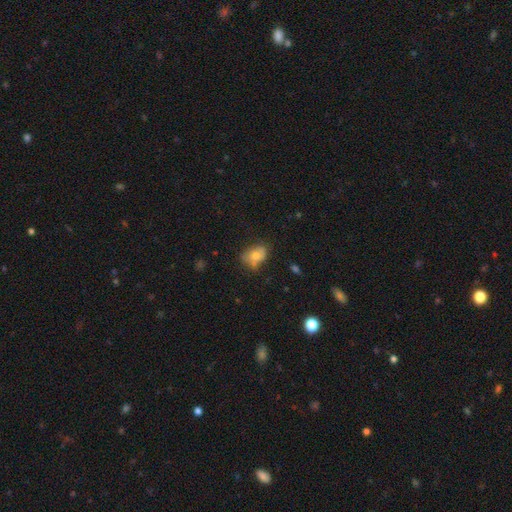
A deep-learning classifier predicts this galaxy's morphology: Smooth or featured: smooth — 66% (featured or disk — 23%)
How rounded: in between — 74% (round — 24%)
Merging: none — 52% (minor disturbance — 32%)